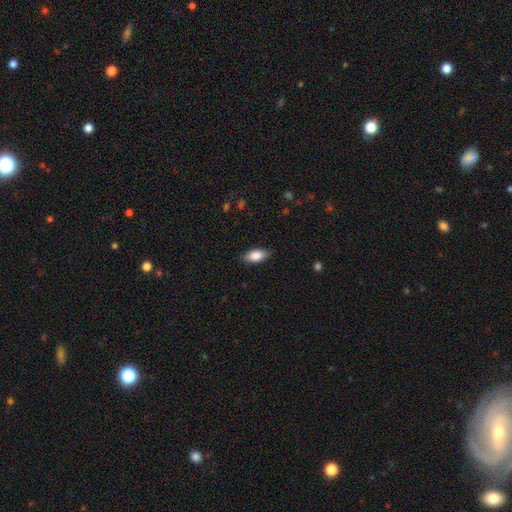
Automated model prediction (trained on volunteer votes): Overall: smooth (82%). How rounded: in between (88%). Merging: none (84%).